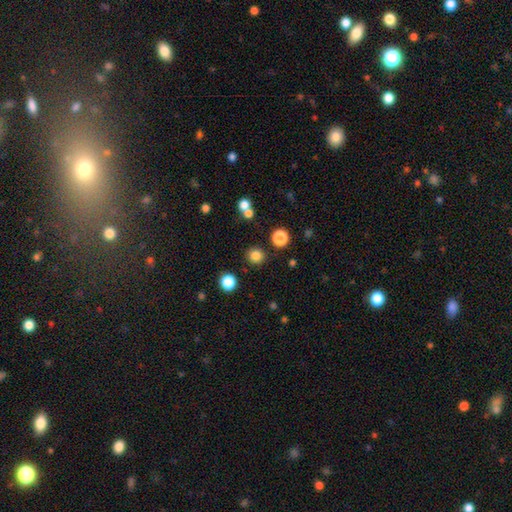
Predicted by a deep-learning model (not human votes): A smooth galaxy with no disk features (82%) that is round (92%).

Vote fractions:
- Smooth or featured? smooth: 82% / star or artifact: 13% / featured or disk: 4%
- How rounded? round: 92% / in between: 7% / cigar-shaped: 1%
- Merging? none: 88% / minor disturbance: 6% / merger: 4% / major disturbance: 2%